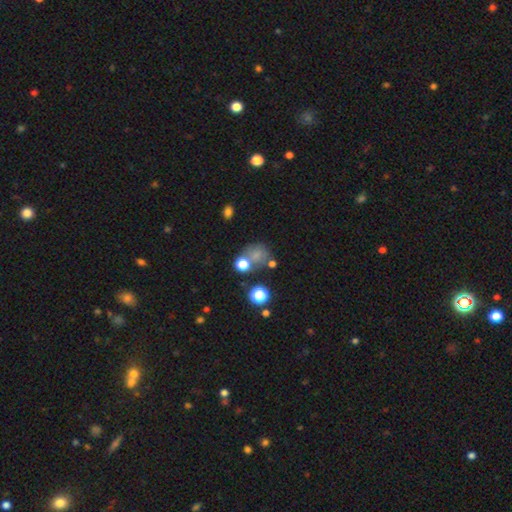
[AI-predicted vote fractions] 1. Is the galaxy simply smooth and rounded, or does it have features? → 67% smooth, 21% star or artifact, 12% featured or disk.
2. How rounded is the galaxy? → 68% round, 31% in between, 1% cigar-shaped.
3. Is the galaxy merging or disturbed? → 50% none, 23% merger, 17% minor disturbance, 11% major disturbance.